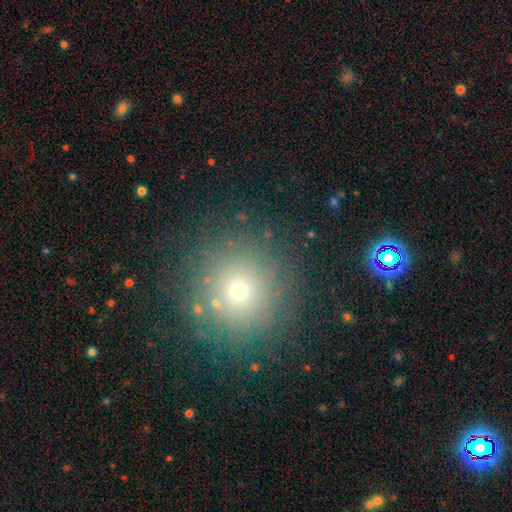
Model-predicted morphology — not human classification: smooth_or_featured: smooth (p=0.61) [alt: star or artifact p=0.27]
how_rounded: round (p=0.94) [alt: in between p=0.05]
merging: none (p=0.85) [alt: minor disturbance p=0.08]